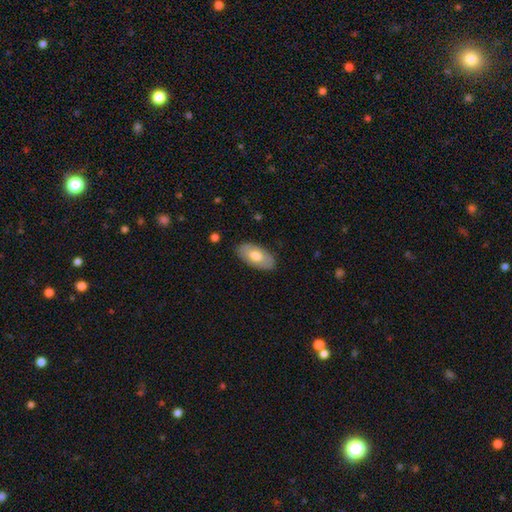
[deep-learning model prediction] Smooth or featured?
  - smooth: 65% *
  - featured or disk: 30%
  - star or artifact: 5%
How rounded?
  - in between: 94% *
  - cigar-shaped: 3%
  - round: 3%
Merging?
  - none: 85% *
  - minor disturbance: 11%
  - major disturbance: 3%
  - merger: 1%